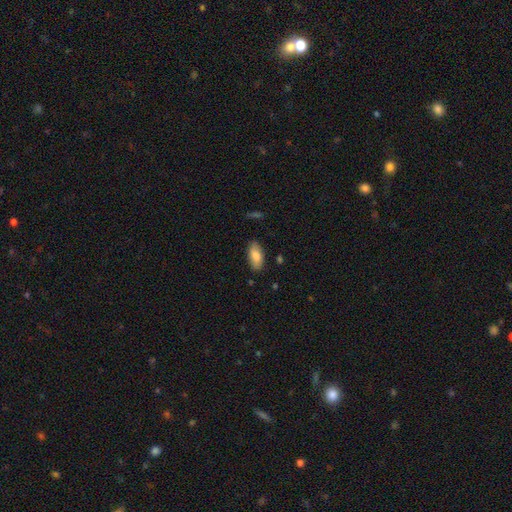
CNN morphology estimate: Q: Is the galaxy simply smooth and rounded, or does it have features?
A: smooth — 80%.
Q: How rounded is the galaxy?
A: in between — 89%.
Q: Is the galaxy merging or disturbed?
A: none — 83%.